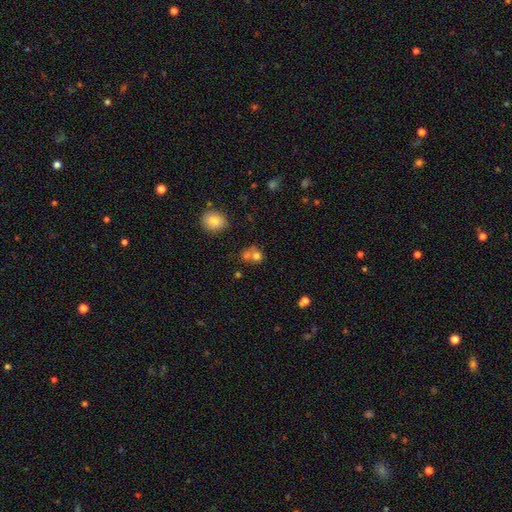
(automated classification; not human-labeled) This appears to be a smooth galaxy with no disk features (71%) that is round (77%). Merging: merger (51%).